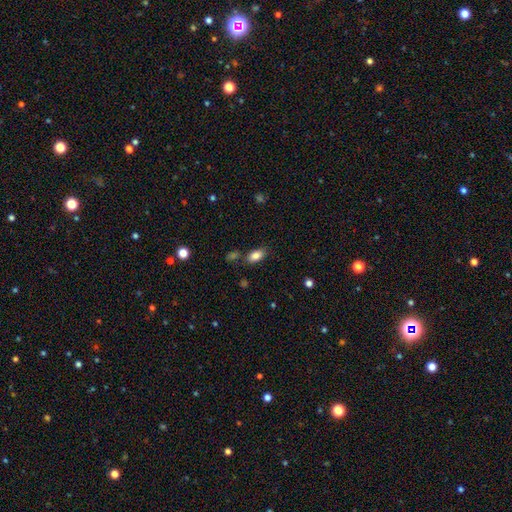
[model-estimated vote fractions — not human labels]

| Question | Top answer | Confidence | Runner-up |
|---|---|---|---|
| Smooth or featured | smooth | 84% | star or artifact (9%) |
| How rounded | in between | 90% | round (7%) |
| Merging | none | 79% | minor disturbance (12%) |